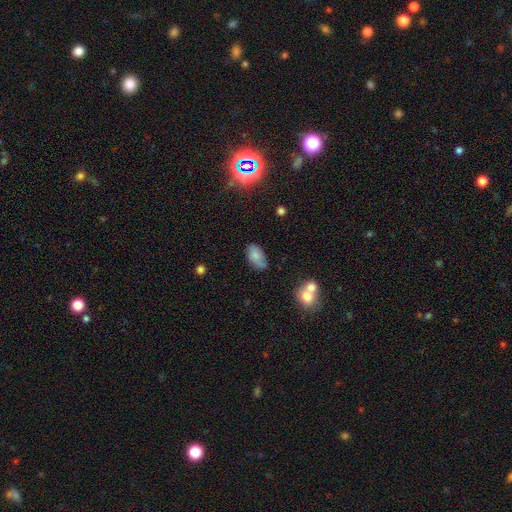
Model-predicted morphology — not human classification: Smooth or featured?
  - smooth: 73% *
  - featured or disk: 18%
  - star or artifact: 9%
How rounded?
  - in between: 93% *
  - round: 5%
  - cigar-shaped: 2%
Merging?
  - none: 64% *
  - minor disturbance: 26%
  - major disturbance: 6%
  - merger: 4%